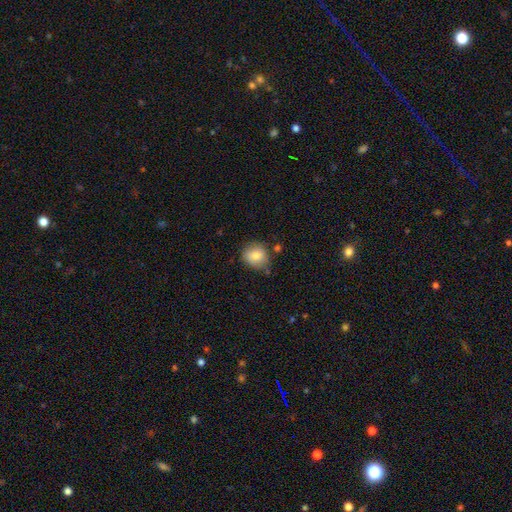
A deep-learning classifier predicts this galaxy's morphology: The model was most divided on "merging": none: 74%, minor disturbance: 18%, merger: 4%, major disturbance: 4%. More confident: smooth or featured — smooth (81%); how rounded — round (80%).